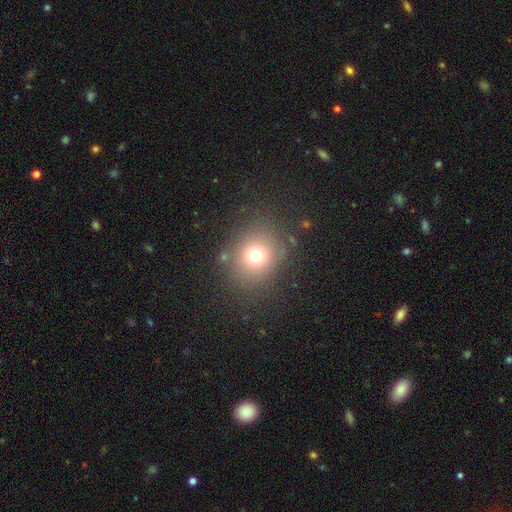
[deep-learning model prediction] A smooth galaxy with no disk features (71%) that is round (77%).

Vote fractions:
- Smooth or featured? smooth: 71% / star or artifact: 18% / featured or disk: 11%
- How rounded? round: 77% / in between: 22% / cigar-shaped: 1%
- Merging? none: 82% / minor disturbance: 10% / major disturbance: 6% / merger: 3%